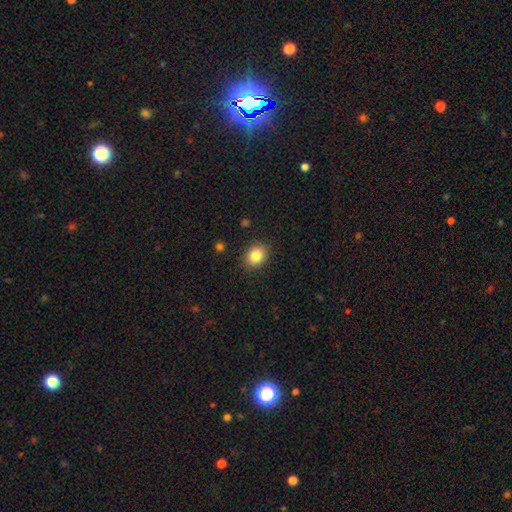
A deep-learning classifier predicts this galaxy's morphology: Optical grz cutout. It shows a smooth galaxy with no disk features (83%) that is round (53%). Merging: none (88%).